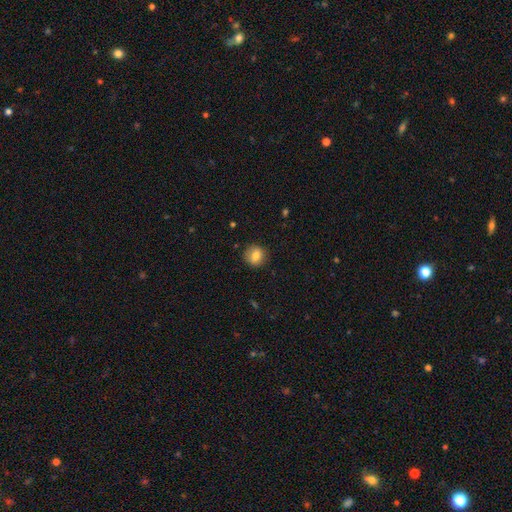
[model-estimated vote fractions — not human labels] Overall: smooth (81%). How rounded: round (87%). Merging: none (88%).